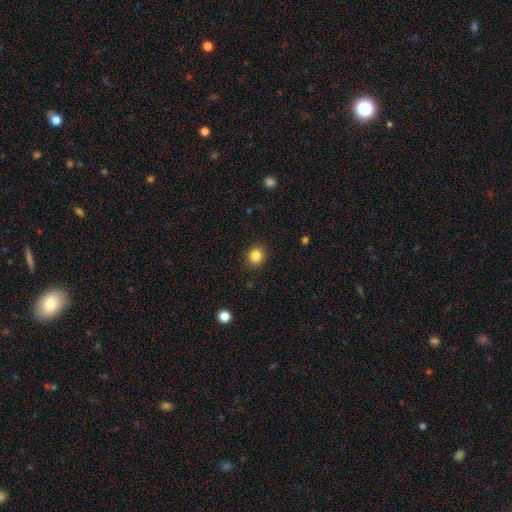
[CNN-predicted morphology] Overall: smooth (84%). How rounded: round (86%). Merging: none (90%).